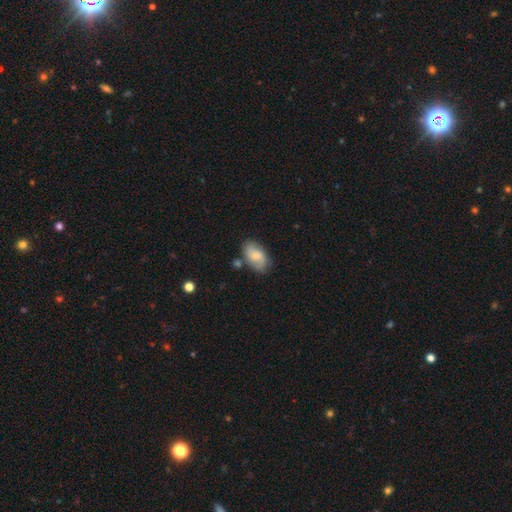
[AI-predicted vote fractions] Smooth or featured: smooth — 62% (featured or disk — 30%)
How rounded: in between — 92% (round — 6%)
Merging: none — 67% (minor disturbance — 21%)